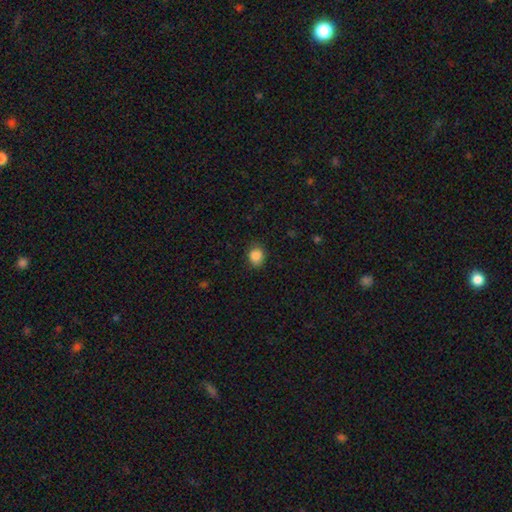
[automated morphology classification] This appears to be a smooth galaxy with no disk features (87%) that is round (71%). Merging: none (83%).